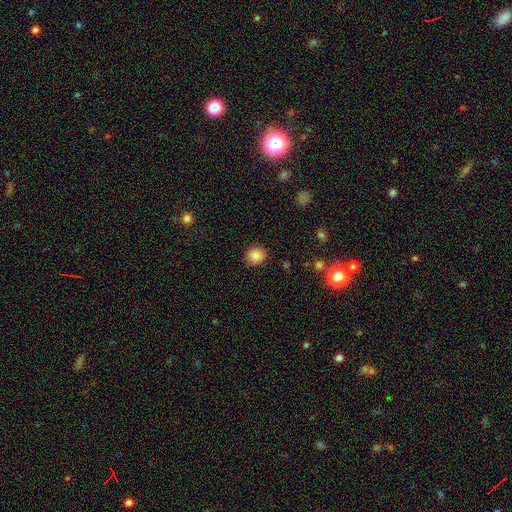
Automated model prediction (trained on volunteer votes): smooth 86%, star or artifact 10%, featured or disk 4%. Down the decision tree: how rounded — round (81%); merging — none (88%).